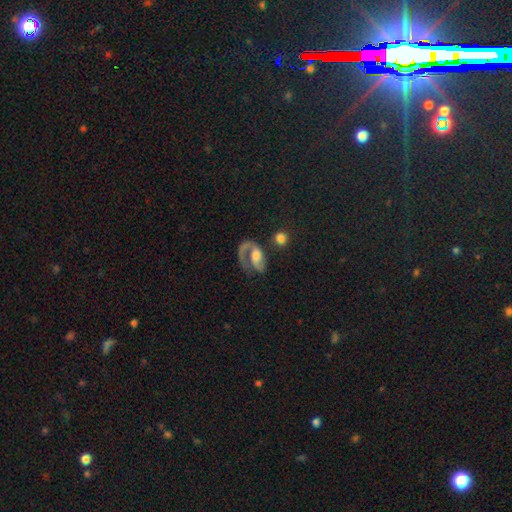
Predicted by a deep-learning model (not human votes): A featured or disk galaxy (74%) with no bar (52%), 1 (70%) medium (43%) spiral arms (88%) and a moderate central bulge (46%). Merging: none (42%).